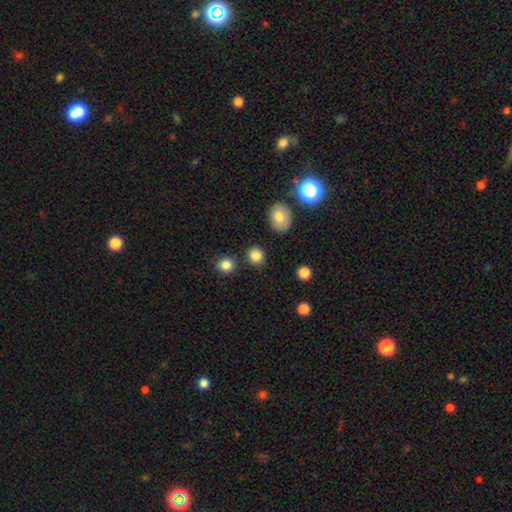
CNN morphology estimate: Smooth or featured? Predicted: smooth (p=0.85). How rounded? Predicted: round (p=0.81). Merging? Predicted: none (p=0.85).